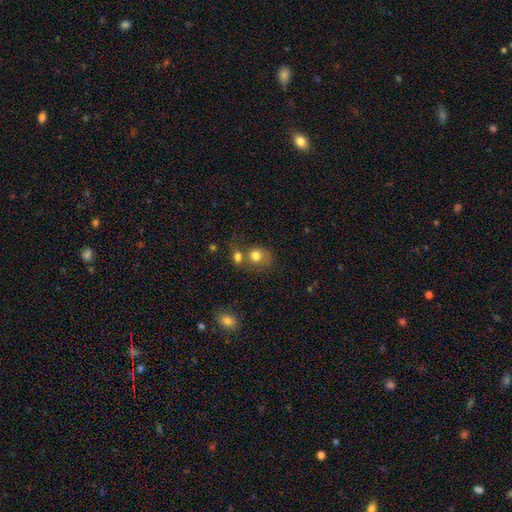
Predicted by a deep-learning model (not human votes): Smooth or featured: smooth — 77% (featured or disk — 13%)
How rounded: round — 65% (in between — 34%)
Merging: merger — 45% (none — 33%)